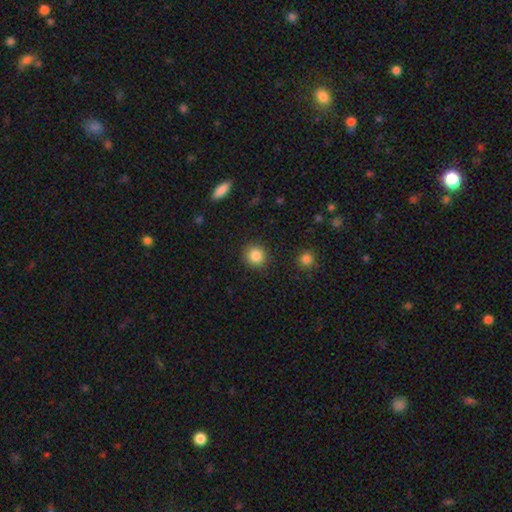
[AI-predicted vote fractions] Smooth or featured? smooth (85%)
How rounded? round (89%)
Merging? none (90%)